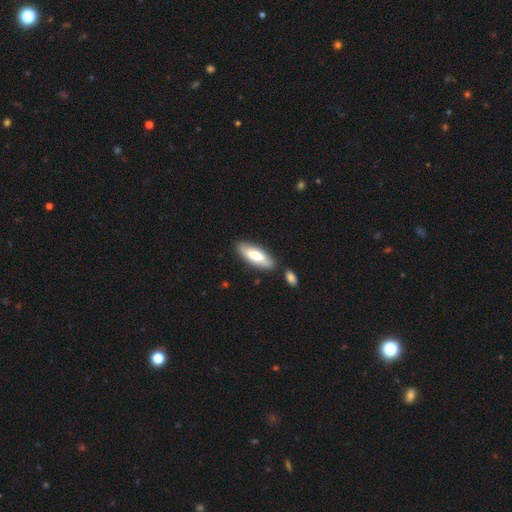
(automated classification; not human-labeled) Smooth or featured? smooth (69%)
How rounded? in between (62%)
Merging? none (79%)